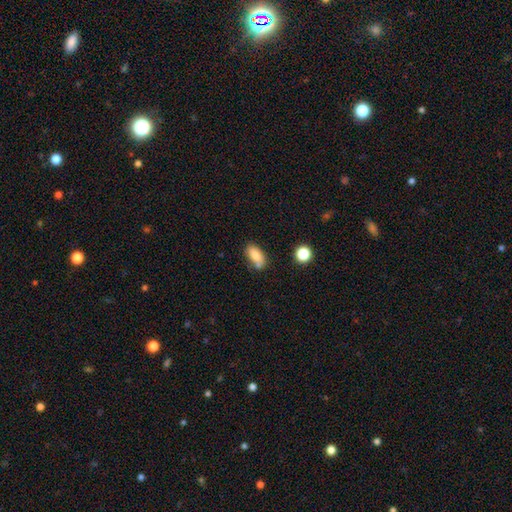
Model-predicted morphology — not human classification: smooth 82%, featured or disk 10%, star or artifact 9%. Down the decision tree: how rounded — in between (88%); merging — none (64%).